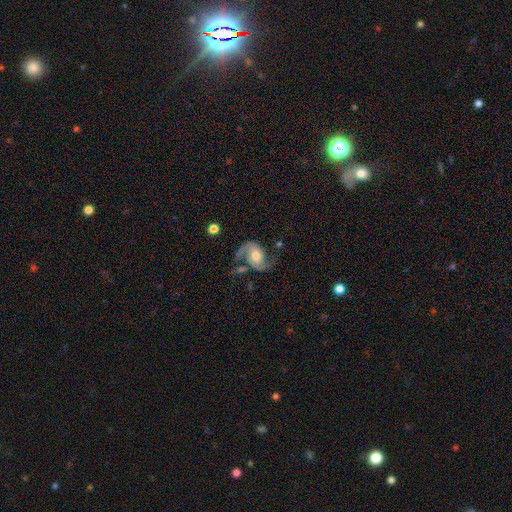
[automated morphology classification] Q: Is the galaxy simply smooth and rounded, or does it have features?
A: featured or disk — 83%.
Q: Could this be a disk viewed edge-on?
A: no — 98%.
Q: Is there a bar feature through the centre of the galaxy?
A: no — 64%.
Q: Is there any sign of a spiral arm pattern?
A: yes — 95%.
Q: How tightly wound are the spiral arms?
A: loose — 48%.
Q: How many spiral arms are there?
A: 2 — 87%.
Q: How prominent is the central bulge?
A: moderate — 62%.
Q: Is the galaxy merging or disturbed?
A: none — 55%.